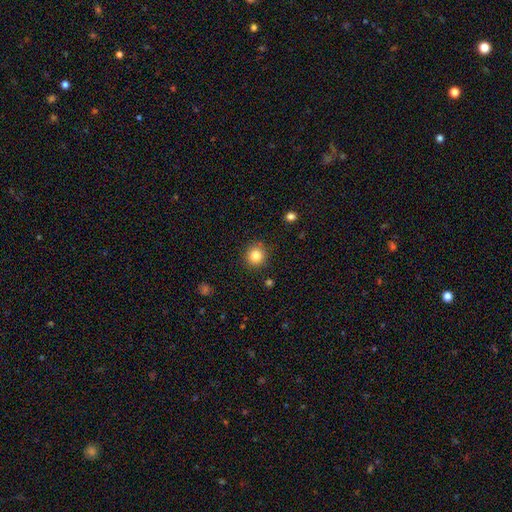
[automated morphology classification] A smooth galaxy with no disk features (83%) that is round (93%). Merging: none (90%).